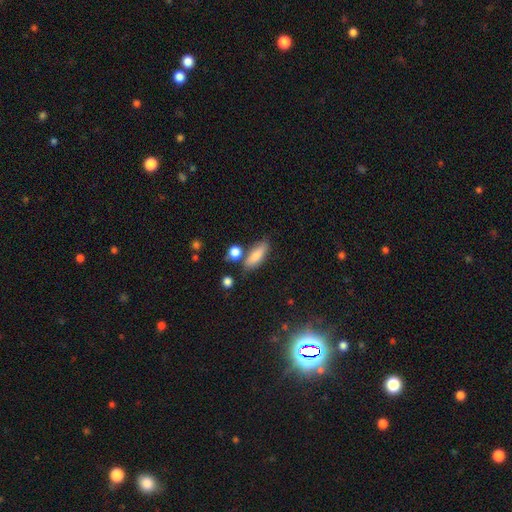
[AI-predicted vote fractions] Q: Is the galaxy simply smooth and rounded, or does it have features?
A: smooth — 80%.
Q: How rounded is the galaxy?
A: in between — 63%.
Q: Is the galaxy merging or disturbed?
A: none — 71%.